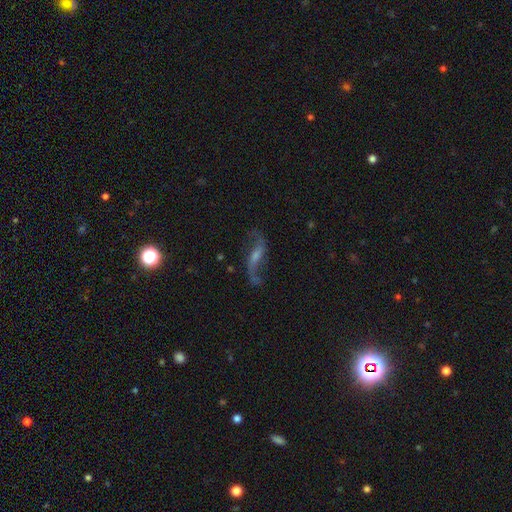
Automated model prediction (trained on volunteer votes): featured or disk 81%, smooth 10%, star or artifact 9%. Down the decision tree: edge-on disk — no (89%); bar — weak (44%); spiral arms — yes (94%); spiral arm count — 2 (91%); spiral winding — loose (87%); bulge size — small (45%); merging — none (70%).